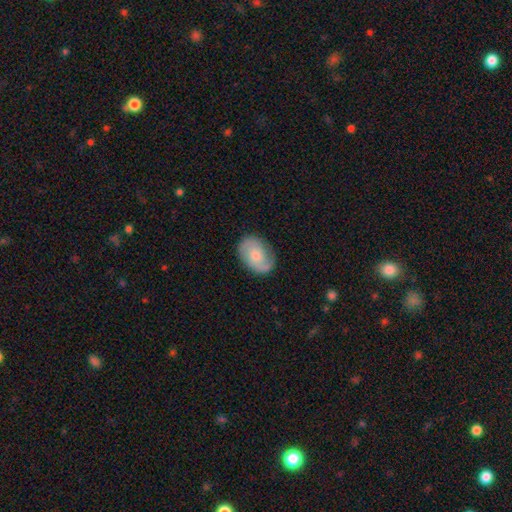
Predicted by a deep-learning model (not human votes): A featured or disk galaxy (55%) with no bar (69%), spiral arms (89%) and a small central bulge (48%).

Vote fractions:
- Smooth or featured? featured or disk: 55% / smooth: 38% / star or artifact: 7%
- Edge-on disk? no: 96% / yes: 4%
- Bar? no: 69% / weak: 27% / strong: 4%
- Spiral arms? yes: 89% / no: 11%
- Bulge size? small: 48% / moderate: 42% / none: 5% / large: 4% / dominant: 1%
- Merging? none: 76% / minor disturbance: 17% / major disturbance: 5% / merger: 1%